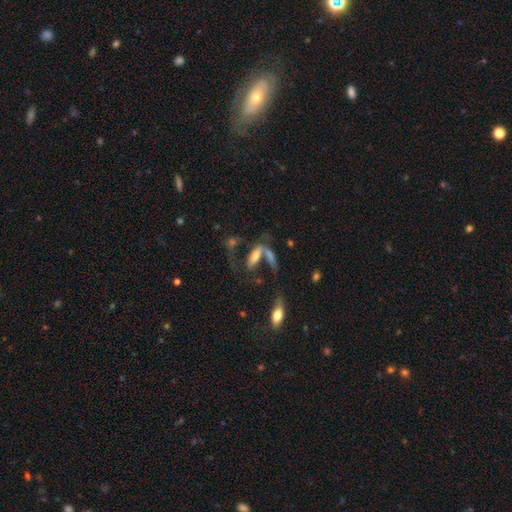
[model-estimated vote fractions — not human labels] smooth_or_featured: featured or disk (p=0.45) [alt: smooth p=0.42]
merging: merger (p=0.36) [alt: none p=0.30]